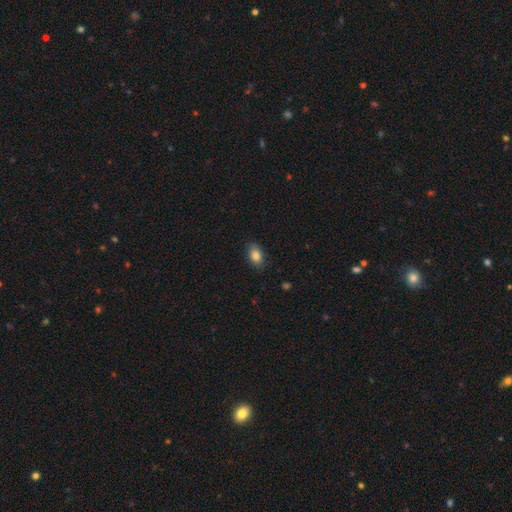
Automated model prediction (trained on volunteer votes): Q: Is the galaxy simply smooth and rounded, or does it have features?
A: smooth — 82%.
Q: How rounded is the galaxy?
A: in between — 87%.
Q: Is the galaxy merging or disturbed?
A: none — 83%.